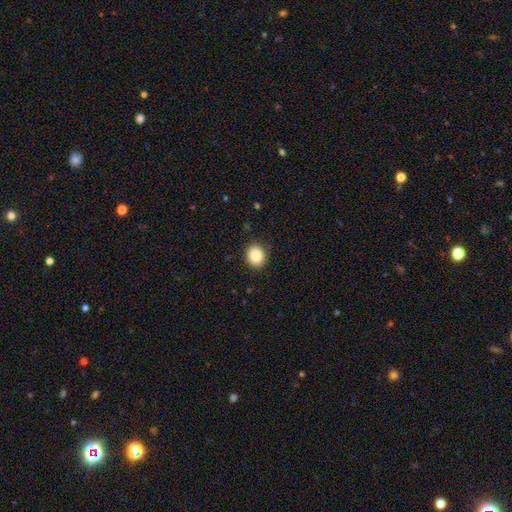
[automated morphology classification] Q: Smooth or featured?
A: smooth (88%); runner-up: star or artifact (8%)
Q: How rounded?
A: round (63%); runner-up: in between (37%)
Q: Merging?
A: none (89%); runner-up: minor disturbance (8%)